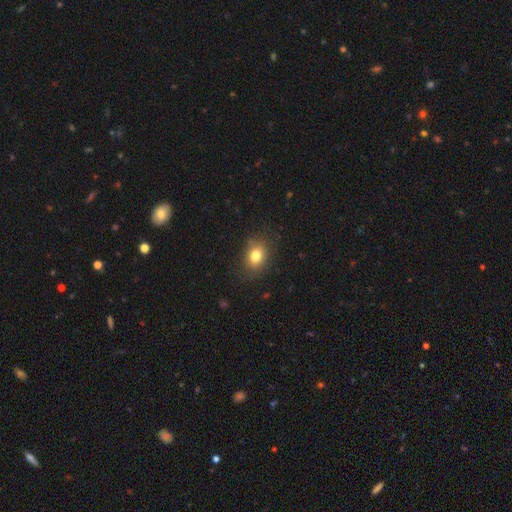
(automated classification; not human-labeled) Q: Smooth or featured?
A: smooth (80%); runner-up: star or artifact (11%)
Q: How rounded?
A: in between (62%); runner-up: round (37%)
Q: Merging?
A: none (81%); runner-up: minor disturbance (14%)